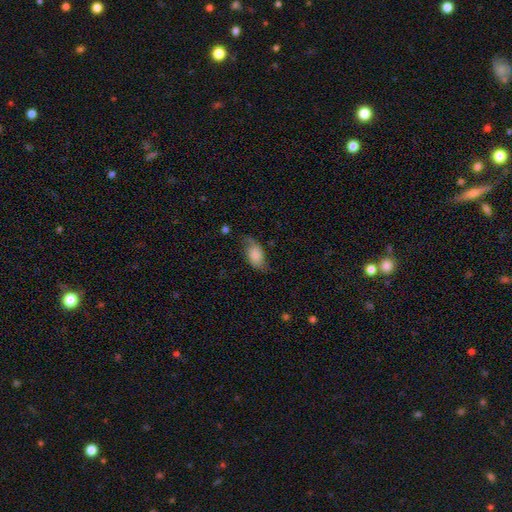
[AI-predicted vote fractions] smooth_or_featured: smooth (p=0.60) [alt: featured or disk p=0.32]
how_rounded: in between (p=0.90) [alt: round p=0.07]
merging: none (p=0.59) [alt: minor disturbance p=0.27]